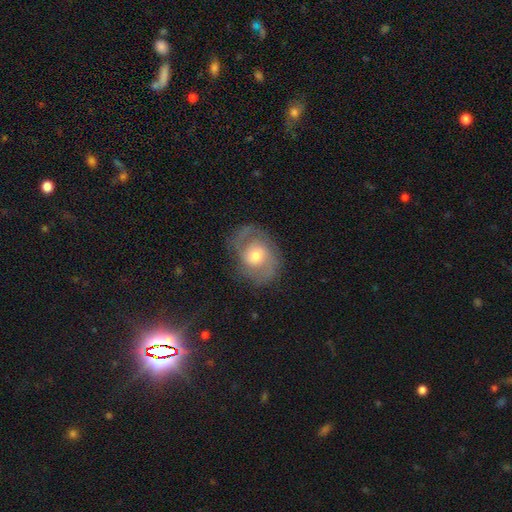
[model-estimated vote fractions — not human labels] Overall: featured or disk (70%). Edge-on disk: no (97%). Bar: no (56%; weak 36%). Spiral arms: yes (87%). Spiral arm count: 2 (77%). Spiral winding: medium (49%; tight 31%). Bulge size: moderate (64%). Merging: none (69%).